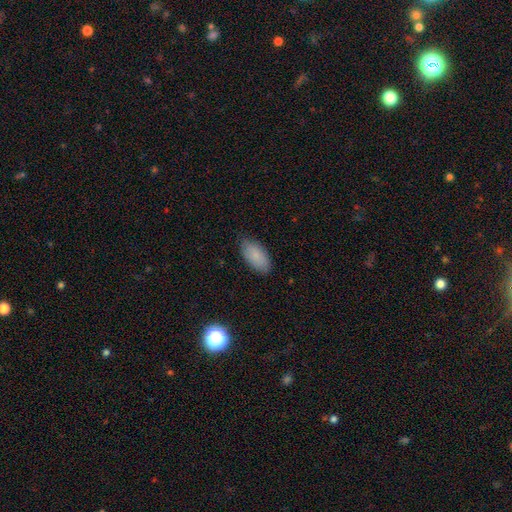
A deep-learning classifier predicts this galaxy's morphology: Q: Smooth or featured?
A: smooth (86%); runner-up: star or artifact (7%)
Q: How rounded?
A: in between (92%); runner-up: cigar-shaped (5%)
Q: Merging?
A: none (84%); runner-up: minor disturbance (13%)